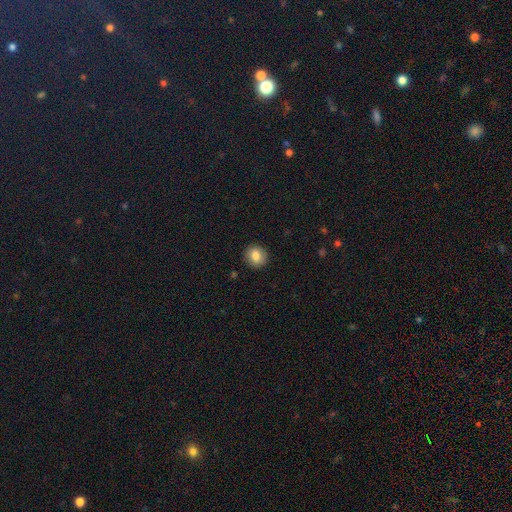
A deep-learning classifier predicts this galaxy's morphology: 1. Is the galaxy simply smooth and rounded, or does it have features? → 83% smooth, 9% star or artifact, 8% featured or disk.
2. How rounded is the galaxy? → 88% round, 11% in between, 1% cigar-shaped.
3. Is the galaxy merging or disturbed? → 90% none, 7% minor disturbance, 2% major disturbance, 1% merger.